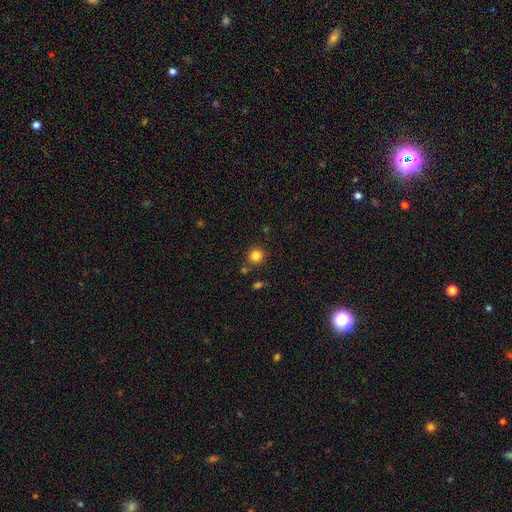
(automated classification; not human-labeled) Q: Smooth or featured?
A: smooth (84%); runner-up: star or artifact (11%)
Q: How rounded?
A: round (92%); runner-up: in between (7%)
Q: Merging?
A: none (82%); runner-up: minor disturbance (8%)